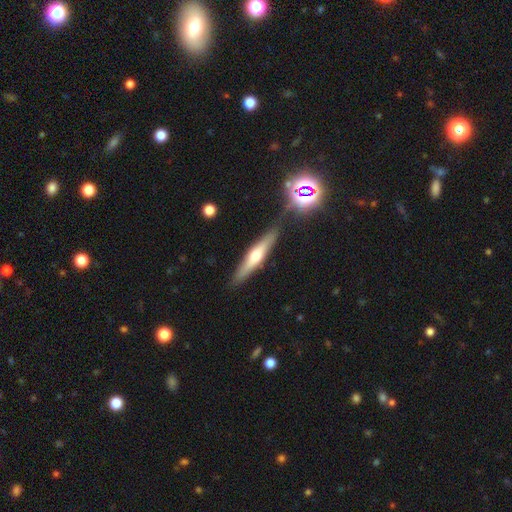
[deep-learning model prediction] Smooth or featured?
  - featured or disk: 53% *
  - smooth: 40%
  - star or artifact: 7%
Edge-on disk?
  - yes: 91% *
  - no: 9%
Merging?
  - none: 84% *
  - minor disturbance: 10%
  - merger: 4%
  - major disturbance: 2%